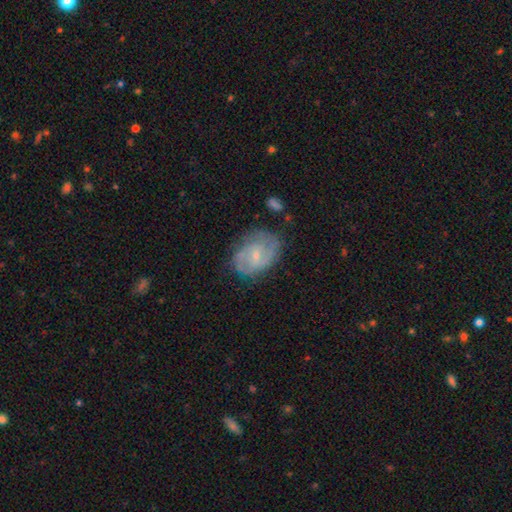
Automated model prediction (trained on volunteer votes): Q: Smooth or featured?
A: featured or disk (69%); runner-up: smooth (24%)
Q: Edge-on disk?
A: no (97%); runner-up: yes (3%)
Q: Bar?
A: weak (48%); runner-up: no (42%)
Q: Spiral arms?
A: yes (85%); runner-up: no (15%)
Q: Spiral winding?
A: medium (44%); runner-up: tight (36%)
Q: Spiral arm count?
A: 2 (58%); runner-up: can't tell (25%)
Q: Bulge size?
A: small (70%); runner-up: moderate (24%)
Q: Merging?
A: none (66%); runner-up: minor disturbance (23%)